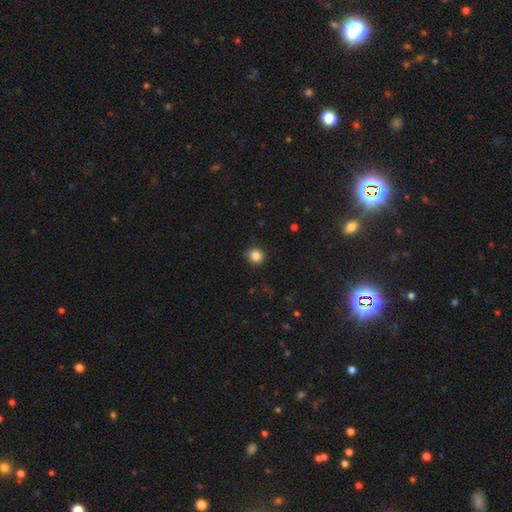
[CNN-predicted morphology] Smooth or featured?
  - smooth: 85% *
  - star or artifact: 11%
  - featured or disk: 4%
How rounded?
  - round: 88% *
  - in between: 11%
  - cigar-shaped: 1%
Merging?
  - none: 89% *
  - minor disturbance: 8%
  - major disturbance: 2%
  - merger: 1%